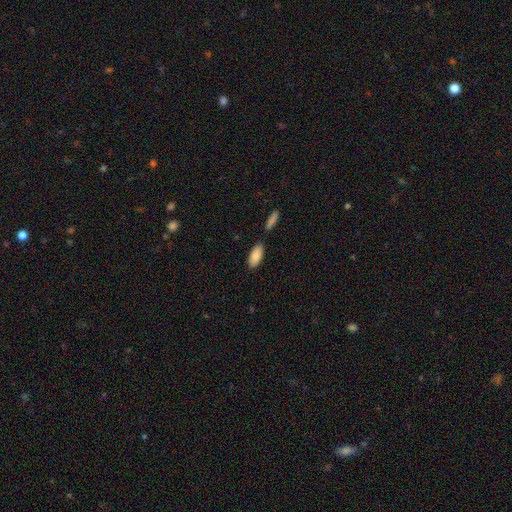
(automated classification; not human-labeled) This is clearly a smooth galaxy (87%). How rounded: clearly in between (84%). Merging: likely none (76%).